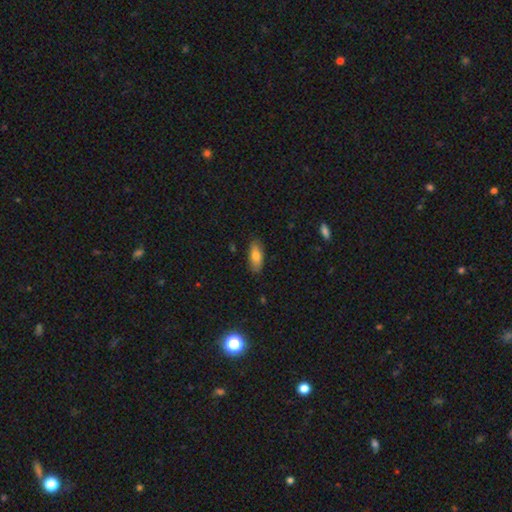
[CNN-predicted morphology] This is likely a smooth galaxy (77%). How rounded: clearly in between (81%). Merging: clearly none (84%).